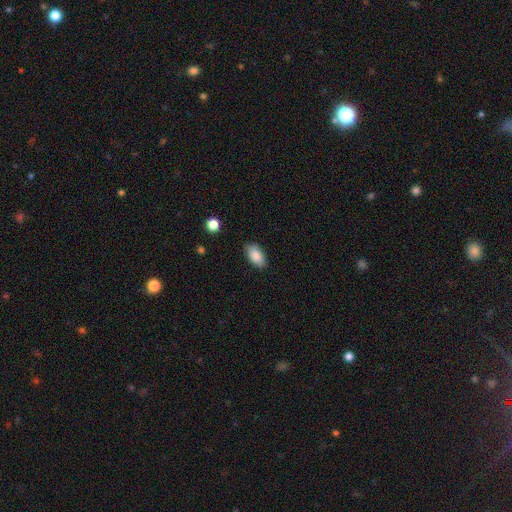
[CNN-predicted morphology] smooth_or_featured: smooth (p=0.86) [alt: star or artifact p=0.07]
how_rounded: in between (p=0.92) [alt: cigar-shaped p=0.04]
merging: none (p=0.84) [alt: minor disturbance p=0.12]